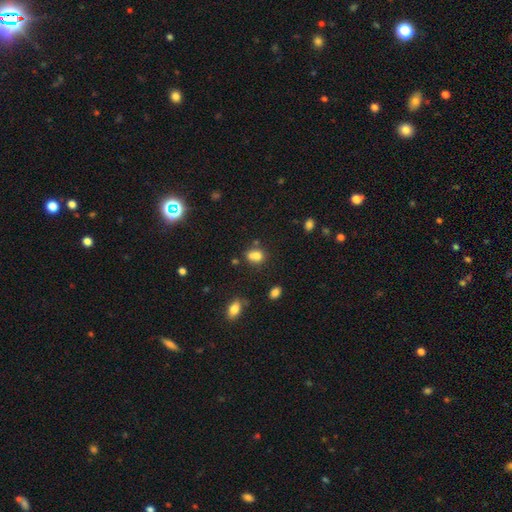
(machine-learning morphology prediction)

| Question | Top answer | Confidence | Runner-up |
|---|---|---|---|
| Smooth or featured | smooth | 77% | star or artifact (12%) |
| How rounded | in between | 56% | round (42%) |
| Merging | none | 44% | merger (32%) |